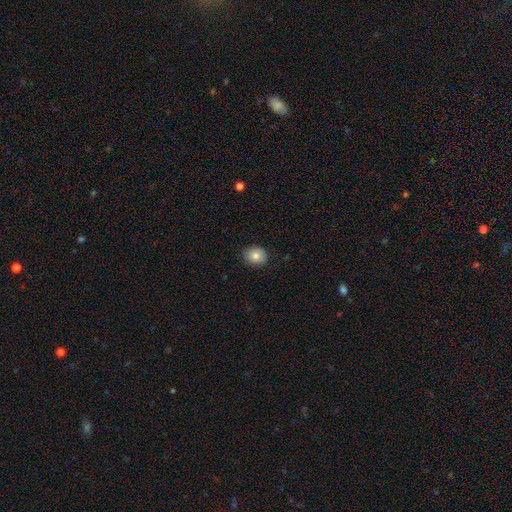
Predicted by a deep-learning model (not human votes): The model was most divided on "how rounded": round: 60%, in between: 39%, cigar-shaped: 1%. More confident: merging — none (85%); smooth or featured — smooth (83%).